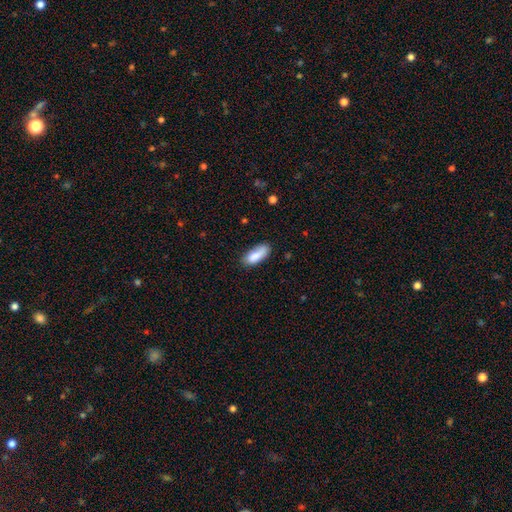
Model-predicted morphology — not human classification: This is clearly a smooth galaxy (84%). How rounded: likely in between (80%). Merging: likely none (69%).